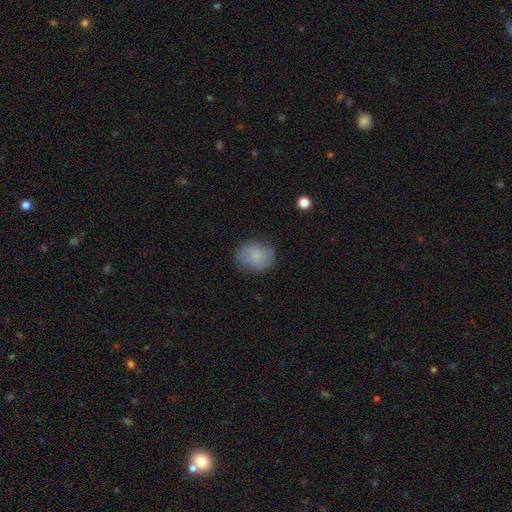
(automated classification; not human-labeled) Overall: smooth (73%). How rounded: in between (53%; round 46%). Merging: none (76%).